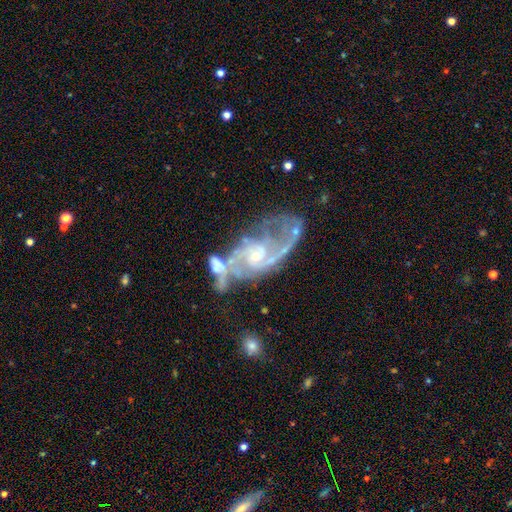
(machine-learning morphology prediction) This appears to be a featured or disk galaxy (85%) with no bar (53%), 2 (65%) medium (49%) spiral arms (94%) and a small central bulge (63%). Merging: none (45%).